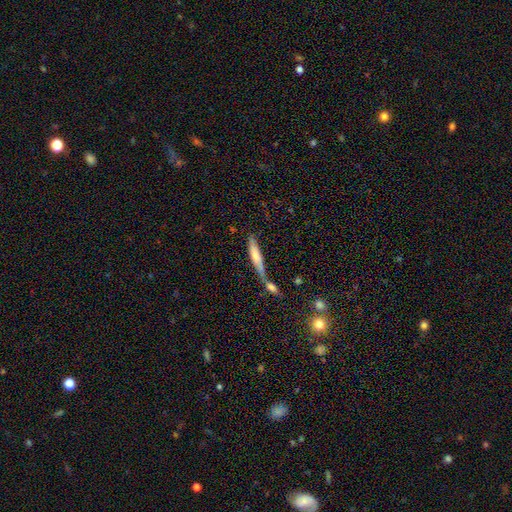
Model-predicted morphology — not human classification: smooth-or-featured: smooth: 62% | featured or disk: 31% | star or artifact: 7%
  how-rounded: cigar-shaped: 83% | in between: 15% | round: 2%
  merging: merger: 41% | none: 40% | minor disturbance: 13% | major disturbance: 6%